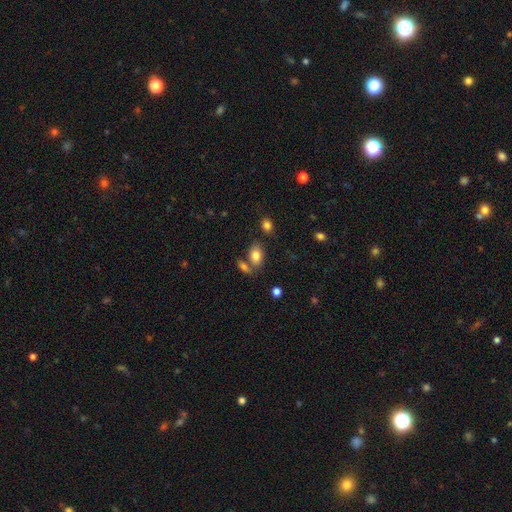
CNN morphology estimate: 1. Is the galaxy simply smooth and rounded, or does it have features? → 81% smooth, 10% featured or disk, 9% star or artifact.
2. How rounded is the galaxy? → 87% in between, 11% round, 2% cigar-shaped.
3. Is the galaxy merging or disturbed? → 62% none, 21% merger, 13% minor disturbance, 4% major disturbance.